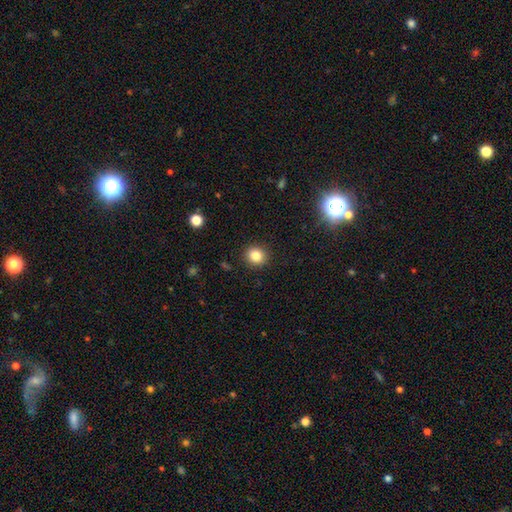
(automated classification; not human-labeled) Smooth or featured?
  - smooth: 83% *
  - star or artifact: 11%
  - featured or disk: 5%
How rounded?
  - round: 82% *
  - in between: 17%
  - cigar-shaped: 1%
Merging?
  - none: 91% *
  - minor disturbance: 6%
  - major disturbance: 2%
  - merger: 1%